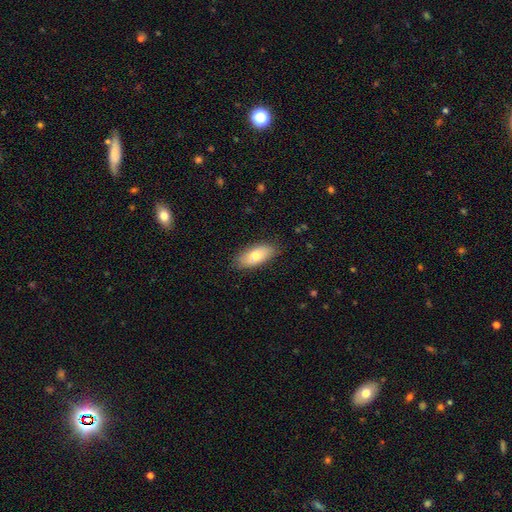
Smooth or featured: smooth — 76% (featured or disk — 18%)
How rounded: in between — 90% (cigar-shaped — 7%)
Merging: none — 86% (minor disturbance — 14%)